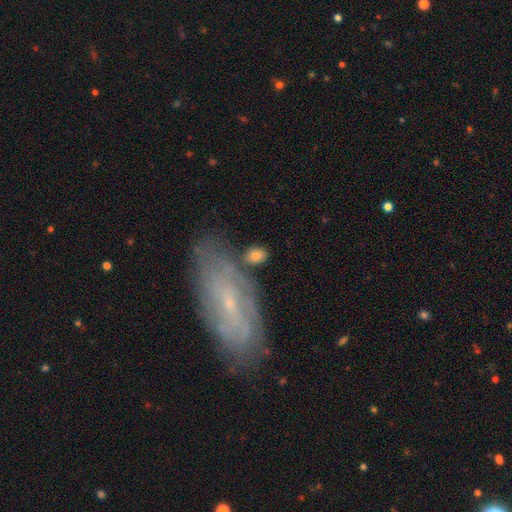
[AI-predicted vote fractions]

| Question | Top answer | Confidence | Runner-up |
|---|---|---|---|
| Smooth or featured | smooth | 77% | featured or disk (16%) |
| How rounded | in between | 72% | round (25%) |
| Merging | none | 70% | minor disturbance (14%) |